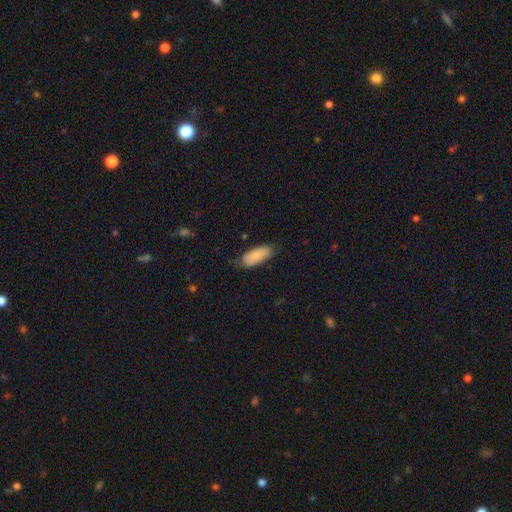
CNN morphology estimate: The model was most divided on "merging": none: 67%, minor disturbance: 26%, major disturbance: 6%, merger: 1%. More confident: smooth or featured — smooth (86%); how rounded — in between (85%).